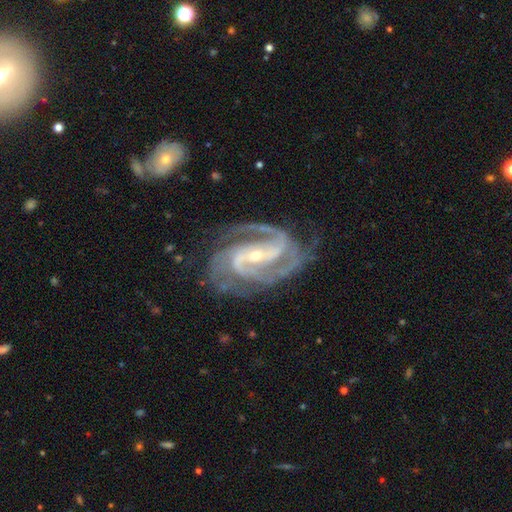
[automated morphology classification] This is clearly a featured or disk galaxy (93%). It is clearly not viewed edge-on (97%). Bar: possibly strong (55%). Spiral arm pattern: clearly yes (99%). Spiral arm count: possibly 2 (59%). Spiral winding: possibly medium (53%). Central bulge: likely small (68%). Merging: likely none (71%).